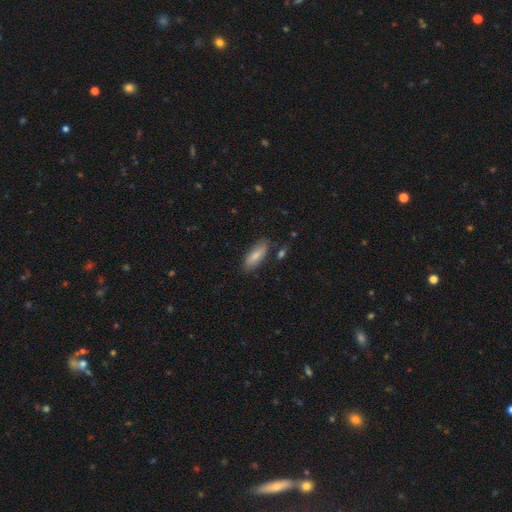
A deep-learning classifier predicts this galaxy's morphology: The model was most divided on "how rounded": in between: 63%, cigar-shaped: 35%, round: 2%. More confident: merging — none (79%); smooth or featured — smooth (79%).